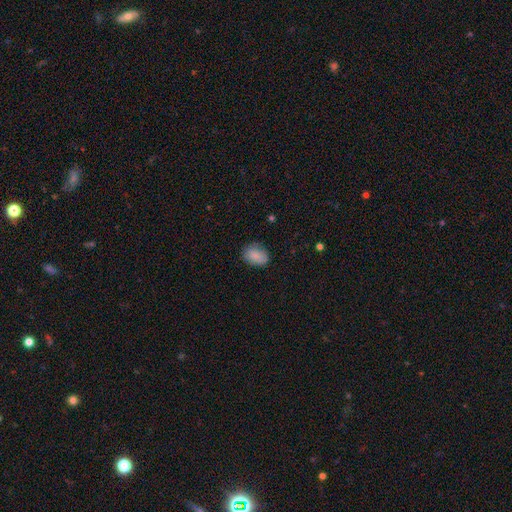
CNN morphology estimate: The model was most divided on "how rounded": in between: 70%, round: 29%, cigar-shaped: 1%. More confident: smooth or featured — smooth (86%); merging — none (75%).